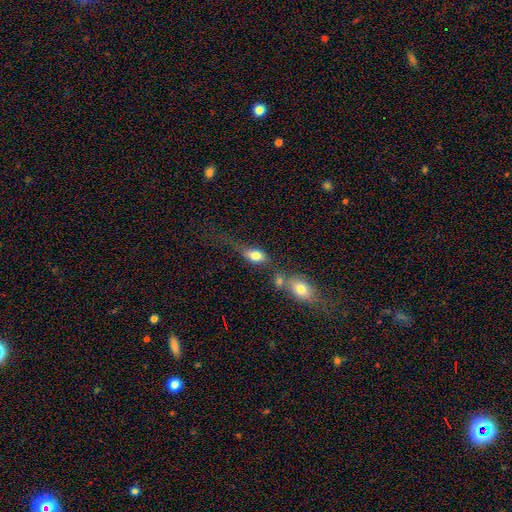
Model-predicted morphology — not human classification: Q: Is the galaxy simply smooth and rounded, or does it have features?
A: smooth — 76%.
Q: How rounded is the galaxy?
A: in between — 81%.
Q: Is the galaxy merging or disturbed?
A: none — 35%.